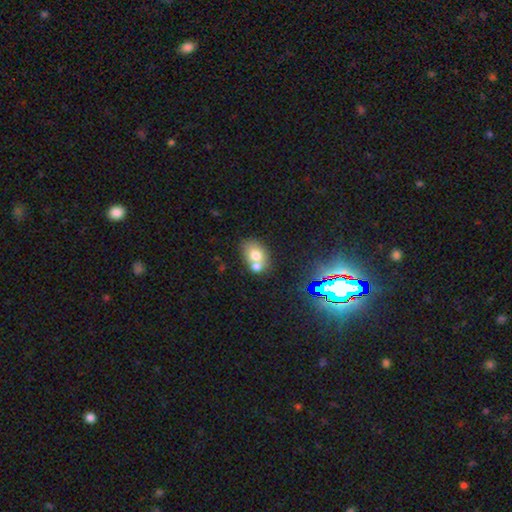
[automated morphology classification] Q: Smooth or featured?
A: smooth (68%); runner-up: featured or disk (20%)
Q: How rounded?
A: in between (66%); runner-up: round (33%)
Q: Merging?
A: merger (52%); runner-up: none (35%)